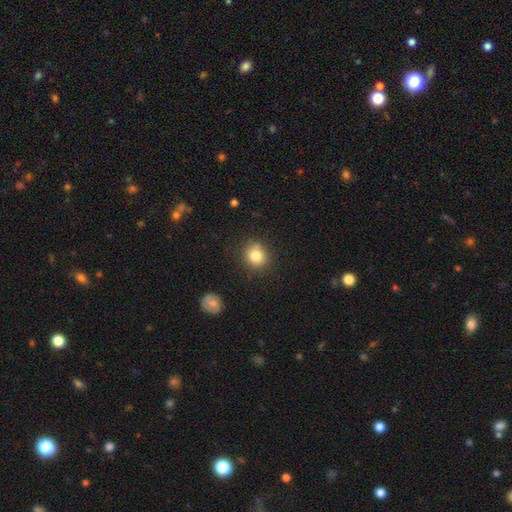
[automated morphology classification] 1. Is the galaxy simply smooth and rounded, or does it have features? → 82% smooth, 10% star or artifact, 8% featured or disk.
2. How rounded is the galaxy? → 78% round, 21% in between, 1% cigar-shaped.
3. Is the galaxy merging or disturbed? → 83% none, 12% minor disturbance, 3% major disturbance, 2% merger.